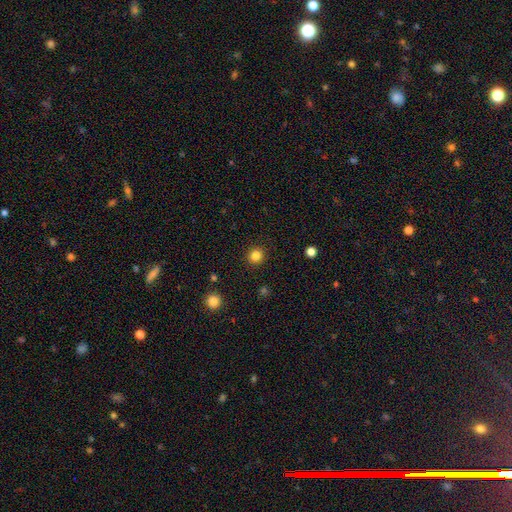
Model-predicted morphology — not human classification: A smooth galaxy with no disk features (83%) that is round (93%). Merging: none (92%).